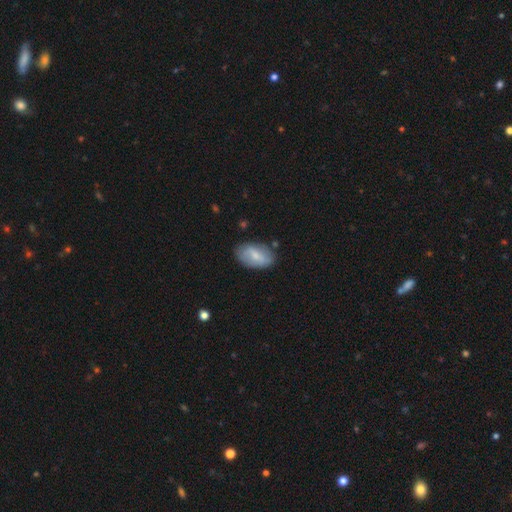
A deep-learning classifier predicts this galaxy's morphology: A smooth galaxy with no disk features (64%) that is in between round and cigar-shaped (93%). Merging: none (75%).